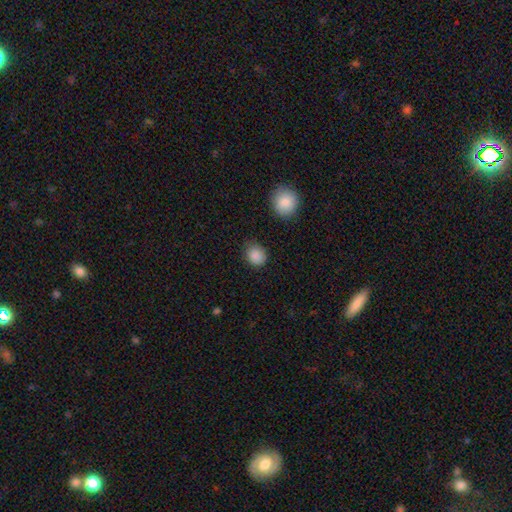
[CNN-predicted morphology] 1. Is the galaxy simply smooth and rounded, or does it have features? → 88% smooth, 9% star or artifact, 3% featured or disk.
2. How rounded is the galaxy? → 64% round, 35% in between, 1% cigar-shaped.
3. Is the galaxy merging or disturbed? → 75% none, 19% minor disturbance, 4% major disturbance, 2% merger.